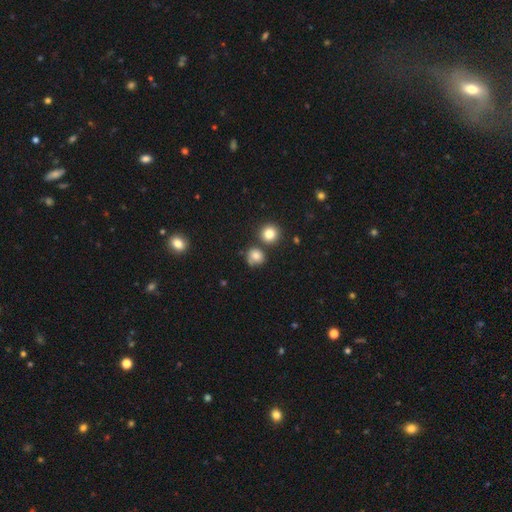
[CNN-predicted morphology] type=smooth (77%); roundness=round (83%); merging=none (64%).